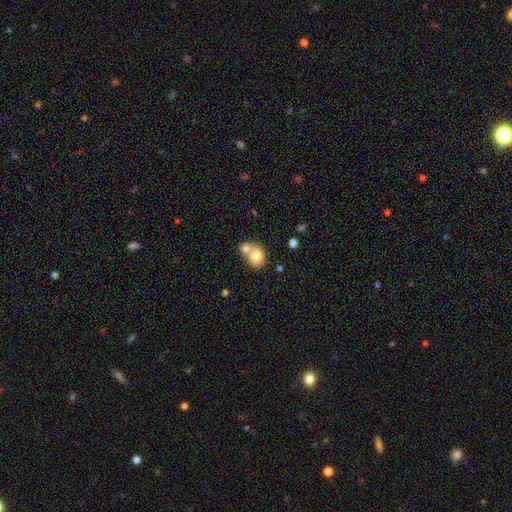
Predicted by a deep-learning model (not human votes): Overall: smooth (75%). How rounded: round (59%; in between 40%). Merging: merger (61%; none 28%).